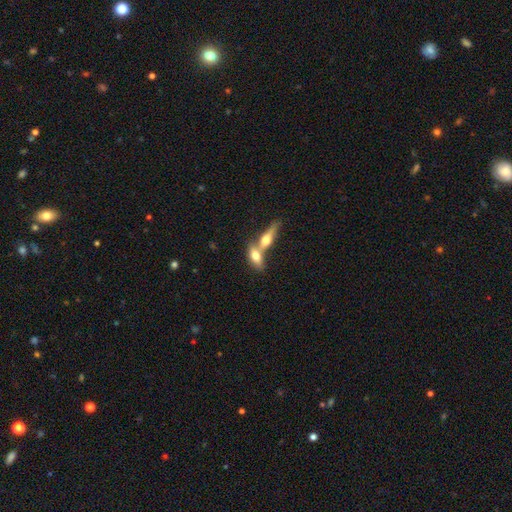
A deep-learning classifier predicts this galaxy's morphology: Smooth or featured? smooth (61%)
How rounded? in between (69%)
Merging? merger (63%)